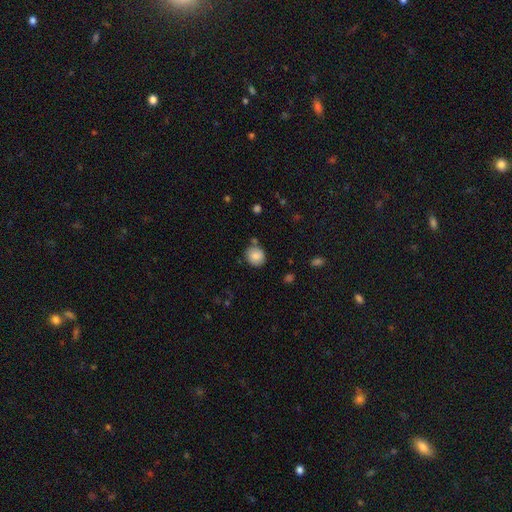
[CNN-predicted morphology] A smooth galaxy with no disk features (84%) that is round (83%).

Vote fractions:
- Smooth or featured? smooth: 84% / star or artifact: 8% / featured or disk: 7%
- How rounded? round: 83% / in between: 16% / cigar-shaped: 1%
- Merging? none: 79% / minor disturbance: 12% / merger: 6% / major disturbance: 3%